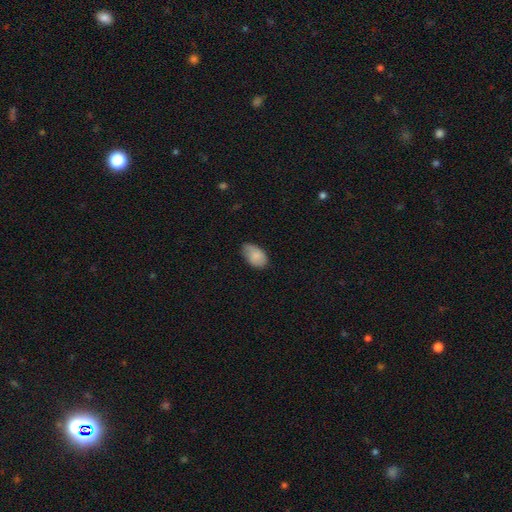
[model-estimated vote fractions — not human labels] A smooth galaxy with no disk features (85%) that is in between round and cigar-shaped (92%).

Vote fractions:
- Smooth or featured? smooth: 85% / featured or disk: 8% / star or artifact: 7%
- How rounded? in between: 92% / round: 6% / cigar-shaped: 1%
- Merging? none: 63% / minor disturbance: 31% / major disturbance: 5% / merger: 1%